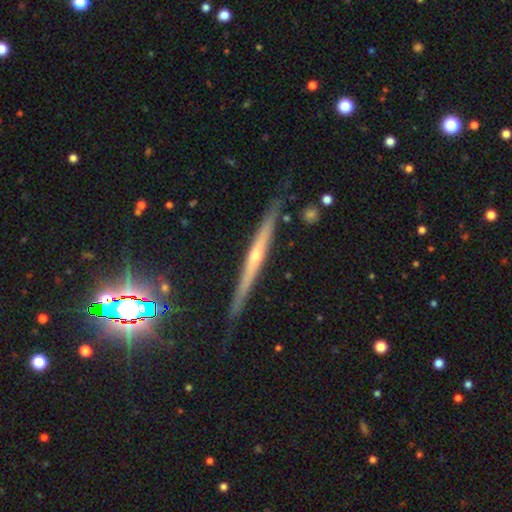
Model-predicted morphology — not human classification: Smooth or featured?
  - featured or disk: 75% *
  - smooth: 14%
  - star or artifact: 11%
Edge-on disk?
  - yes: 97% *
  - no: 3%
Edge-on bulge?
  - rounded: 70% *
  - none: 26%
  - boxy: 4%
Merging?
  - none: 87% *
  - minor disturbance: 10%
  - major disturbance: 2%
  - merger: 1%